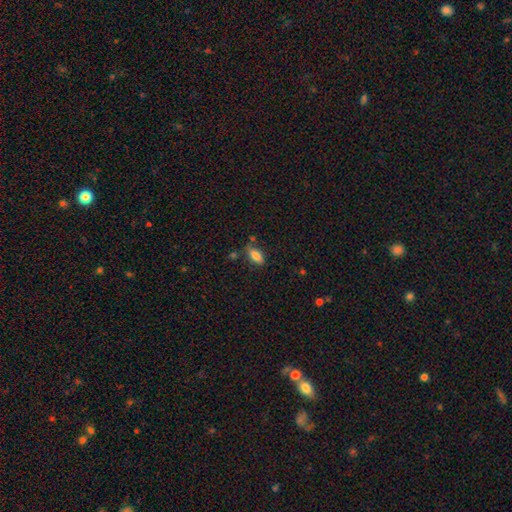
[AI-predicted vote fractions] Smooth or featured? smooth (81%)
How rounded? in between (86%)
Merging? none (70%)